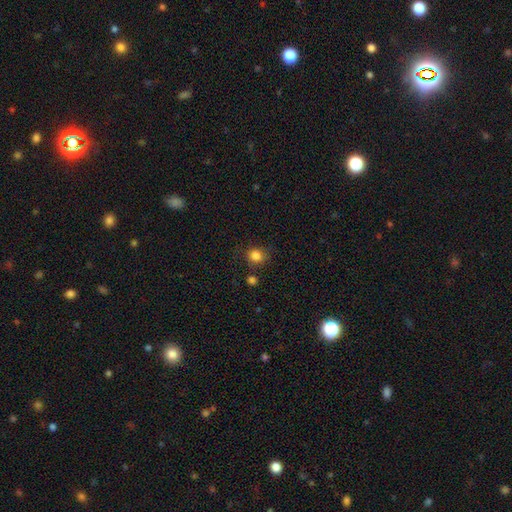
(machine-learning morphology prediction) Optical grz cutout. It shows a smooth galaxy with no disk features (84%) that is round (83%). Merging: none (78%).